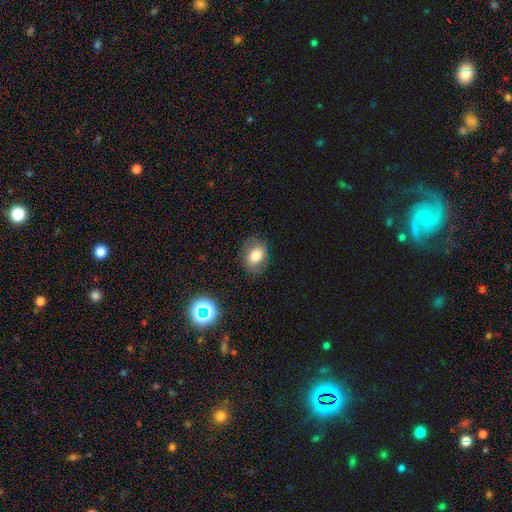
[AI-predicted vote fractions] Smooth or featured? smooth (74%)
How rounded? in between (65%)
Merging? none (78%)